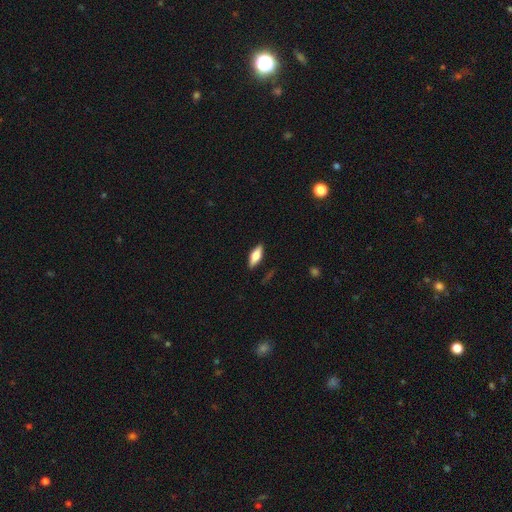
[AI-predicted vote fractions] smooth_or_featured: smooth (p=0.62) [alt: featured or disk p=0.31]
how_rounded: in between (p=0.69) [alt: cigar-shaped p=0.28]
merging: none (p=0.86) [alt: minor disturbance p=0.11]